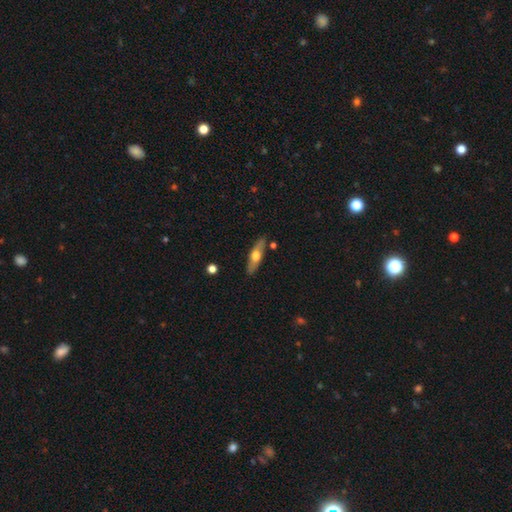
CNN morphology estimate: Smooth or featured: featured or disk — 48% (smooth — 47%)
Merging: none — 84% (minor disturbance — 11%)